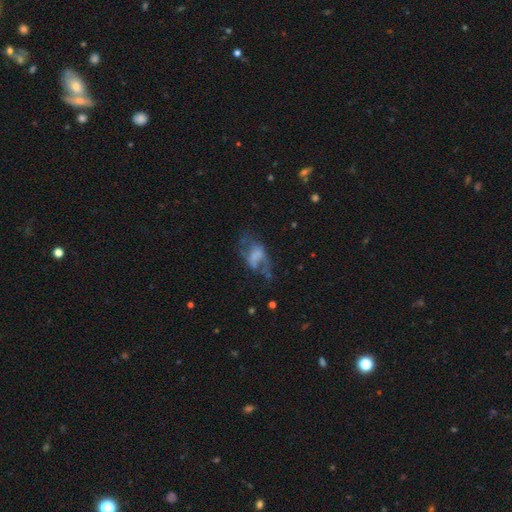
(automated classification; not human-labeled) A featured or disk galaxy (51%).

Vote fractions:
- Smooth or featured? featured or disk: 51% / smooth: 37% / star or artifact: 12%
- Edge-on disk? no: 96% / yes: 4%
- Merging? major disturbance: 43% / none: 30% / minor disturbance: 21% / merger: 6%